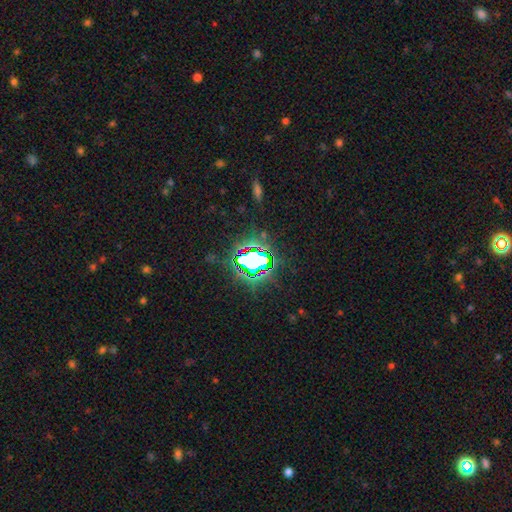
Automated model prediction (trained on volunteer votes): A star or artifact, not a galaxy (72%).